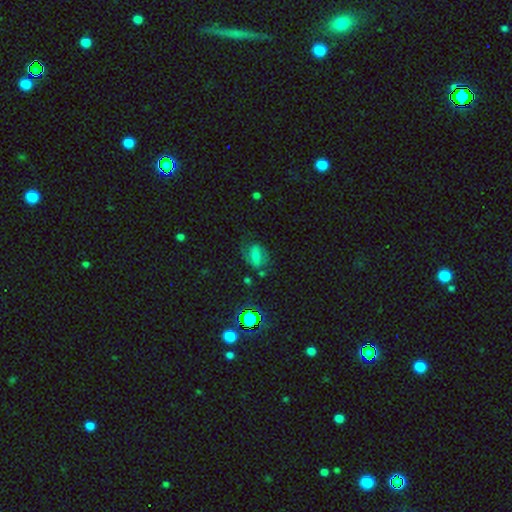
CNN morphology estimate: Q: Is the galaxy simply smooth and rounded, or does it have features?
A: smooth — 42%.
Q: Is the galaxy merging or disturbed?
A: none — 55%.